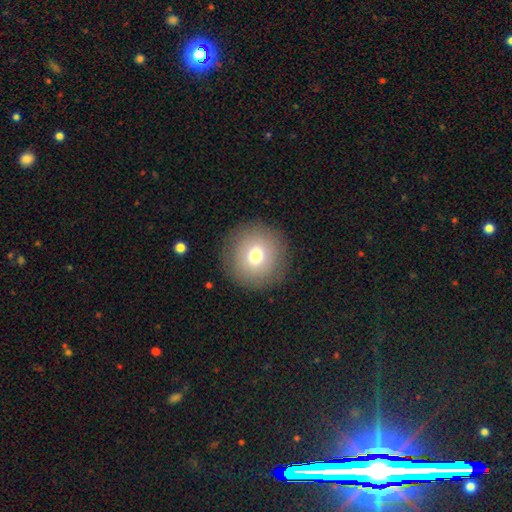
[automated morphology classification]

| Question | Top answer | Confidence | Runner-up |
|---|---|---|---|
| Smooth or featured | smooth | 72% | featured or disk (17%) |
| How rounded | round | 95% | in between (4%) |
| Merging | none | 89% | minor disturbance (7%) |